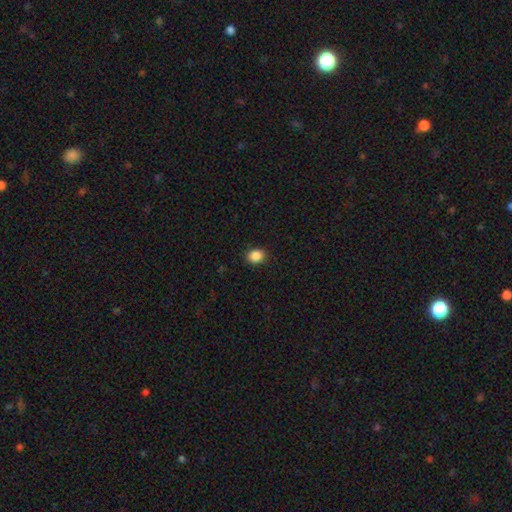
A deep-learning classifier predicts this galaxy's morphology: Smooth or featured? smooth (87%)
How rounded? round (55%)
Merging? none (90%)